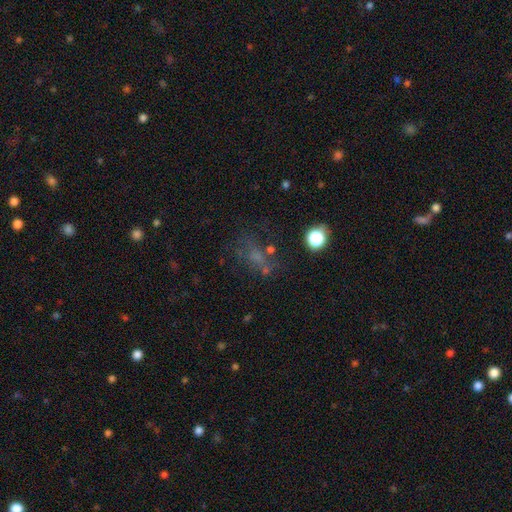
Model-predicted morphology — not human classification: smooth 44%, star or artifact 31%, featured or disk 25%. Down the decision tree: merging — none (51%).